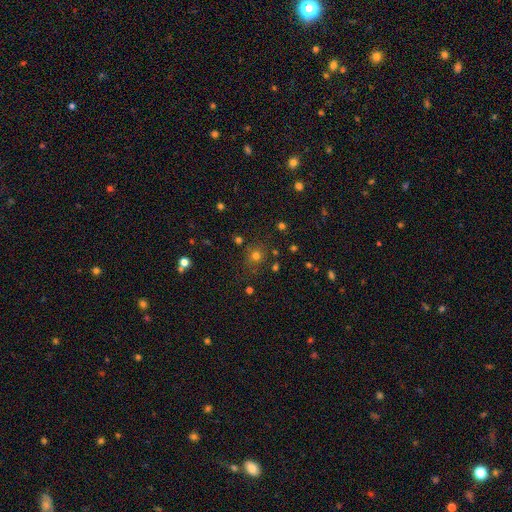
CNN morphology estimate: Smooth or featured?
  - smooth: 70% *
  - star or artifact: 23%
  - featured or disk: 7%
How rounded?
  - round: 85% *
  - in between: 13%
  - cigar-shaped: 1%
Merging?
  - none: 80% *
  - minor disturbance: 11%
  - merger: 4%
  - major disturbance: 4%